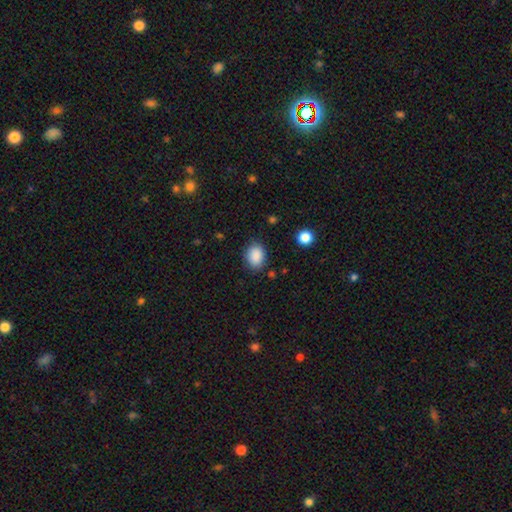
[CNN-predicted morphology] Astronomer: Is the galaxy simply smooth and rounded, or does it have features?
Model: smooth — 88%.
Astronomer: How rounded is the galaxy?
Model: in between — 65%.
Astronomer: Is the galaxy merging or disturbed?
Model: none — 82%.